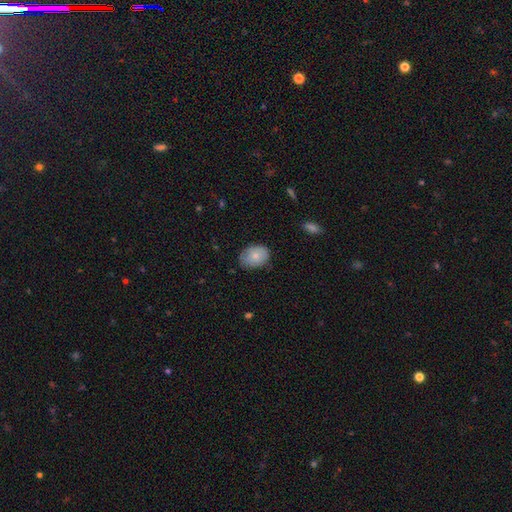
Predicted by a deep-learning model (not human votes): A smooth galaxy with no disk features (79%) that is in between round and cigar-shaped (74%). Merging: none (74%).